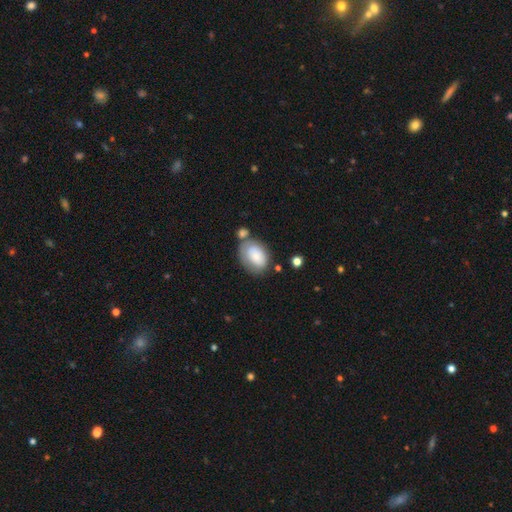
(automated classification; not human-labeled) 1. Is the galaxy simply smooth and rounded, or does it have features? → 72% smooth, 21% featured or disk, 7% star or artifact.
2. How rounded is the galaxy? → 84% in between, 15% round, 1% cigar-shaped.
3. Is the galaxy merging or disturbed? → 50% none, 23% minor disturbance, 17% merger, 9% major disturbance.